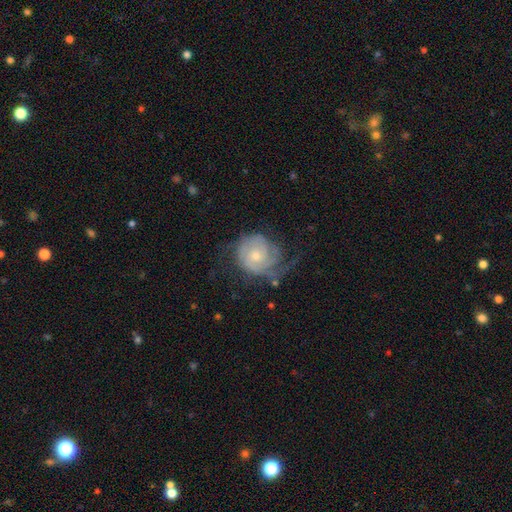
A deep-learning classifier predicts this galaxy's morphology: Smooth or featured?
  - featured or disk: 78% *
  - smooth: 16%
  - star or artifact: 6%
Edge-on disk?
  - no: 98% *
  - yes: 2%
Bar?
  - no: 74% *
  - weak: 23%
  - strong: 3%
Spiral arms?
  - yes: 93% *
  - no: 7%
Spiral winding?
  - tight: 56% *
  - medium: 31%
  - loose: 13%
Spiral arm count?
  - 2: 37% *
  - can't tell: 28%
  - 3: 18%
  - 1: 7%
  - 4: 5%
  - more than 4: 4%
Bulge size?
  - small: 53% *
  - moderate: 42%
  - large: 2%
  - none: 2%
  - dominant: 1%
Merging?
  - none: 51% *
  - minor disturbance: 24%
  - major disturbance: 23%
  - merger: 2%